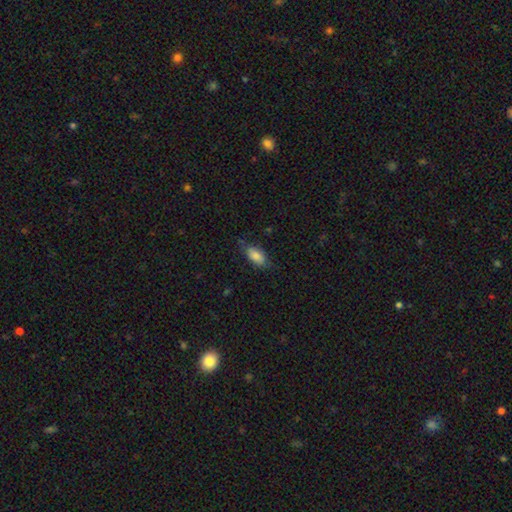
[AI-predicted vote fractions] The model was most divided on "merging": none: 69%, minor disturbance: 24%, major disturbance: 6%, merger: 2%. More confident: how rounded — in between (89%); smooth or featured — smooth (82%).